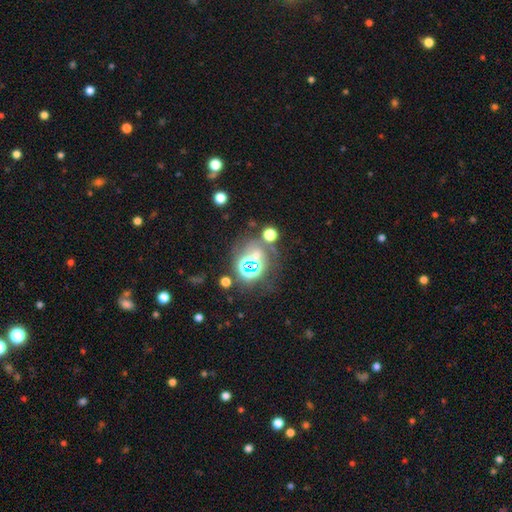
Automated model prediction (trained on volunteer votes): This is possibly a star or artifact rather than a galaxy (57%).